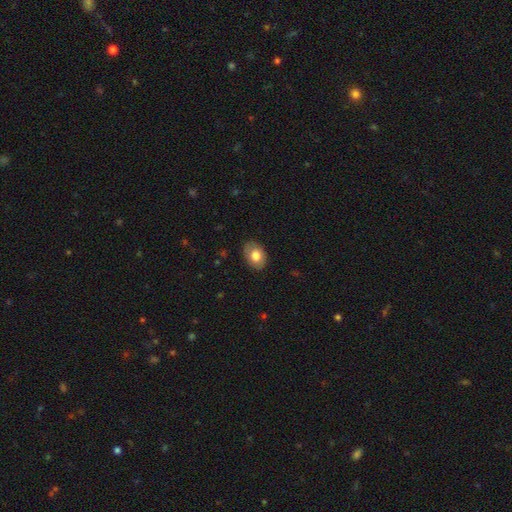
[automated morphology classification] Smooth or featured?
  - smooth: 77% *
  - featured or disk: 16%
  - star or artifact: 7%
How rounded?
  - in between: 80% *
  - round: 19%
  - cigar-shaped: 1%
Merging?
  - none: 84% *
  - minor disturbance: 13%
  - major disturbance: 3%
  - merger: 1%